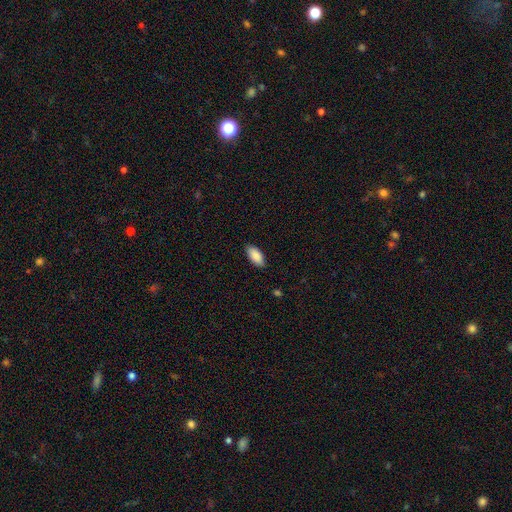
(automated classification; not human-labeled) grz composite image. It shows a smooth galaxy with no disk features (89%) that is in between round and cigar-shaped (93%). Merging: none (86%).